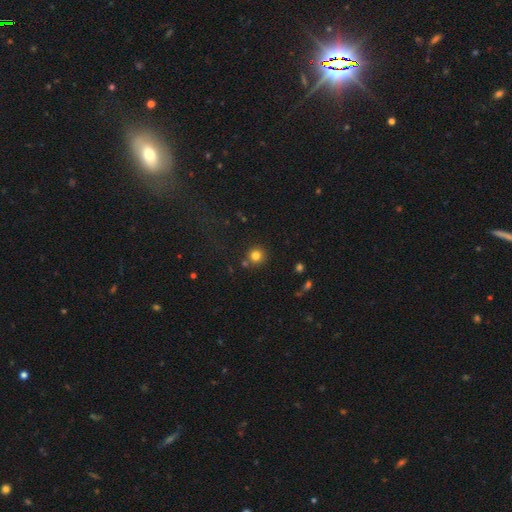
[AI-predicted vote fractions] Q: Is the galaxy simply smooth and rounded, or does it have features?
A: smooth — 81%.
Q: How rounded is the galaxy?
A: round — 93%.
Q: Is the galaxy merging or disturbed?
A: none — 80%.